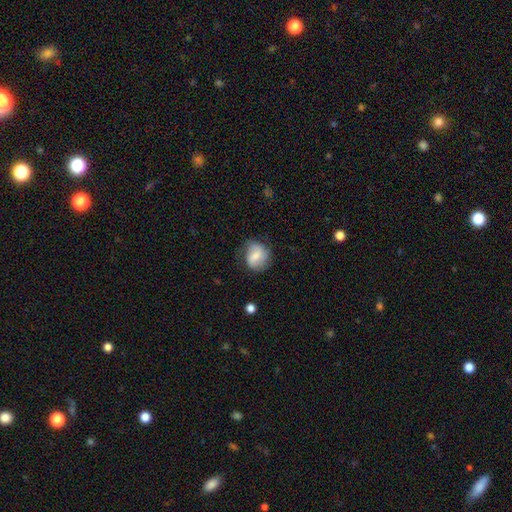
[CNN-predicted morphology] type=smooth (61%); roundness=round (69%); merging=none (62%).